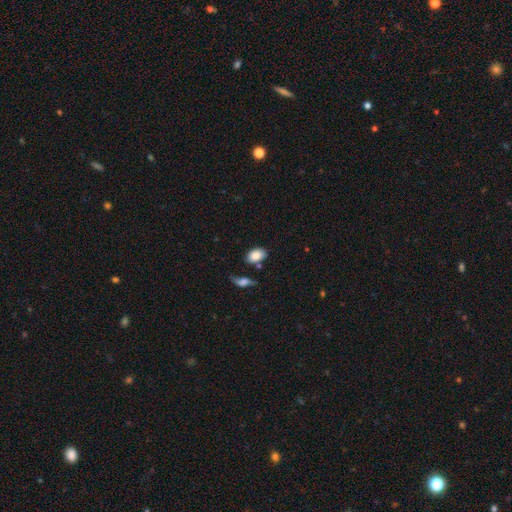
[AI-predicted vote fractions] Smooth or featured? Predicted: smooth (p=0.83). How rounded? Predicted: in between (p=0.87). Merging? Predicted: none (p=0.67).